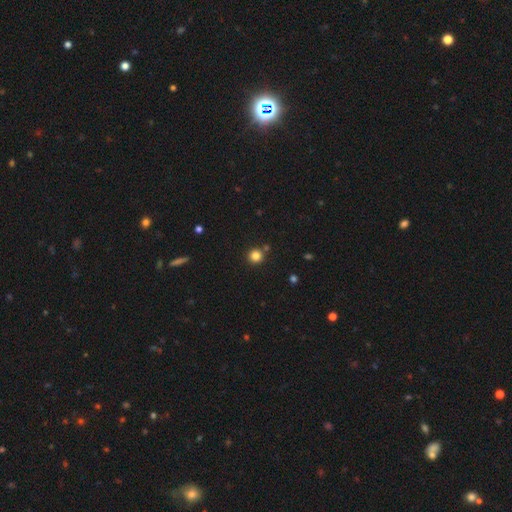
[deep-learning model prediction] smooth 83%, star or artifact 13%, featured or disk 4%. Down the decision tree: how rounded — round (95%); merging — none (85%).